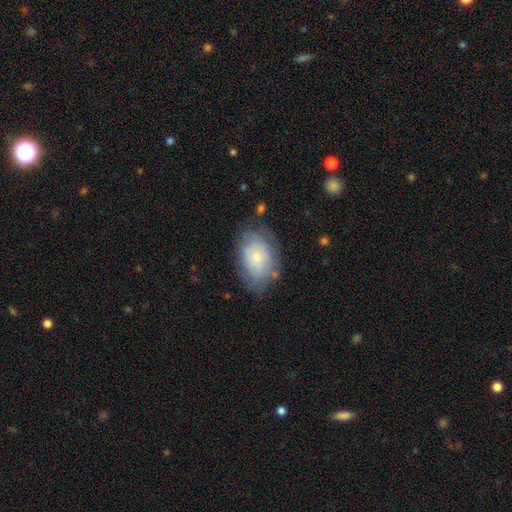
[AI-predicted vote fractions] Overall: smooth (56%; featured or disk 36%). How rounded: in between (85%). Merging: none (67%).